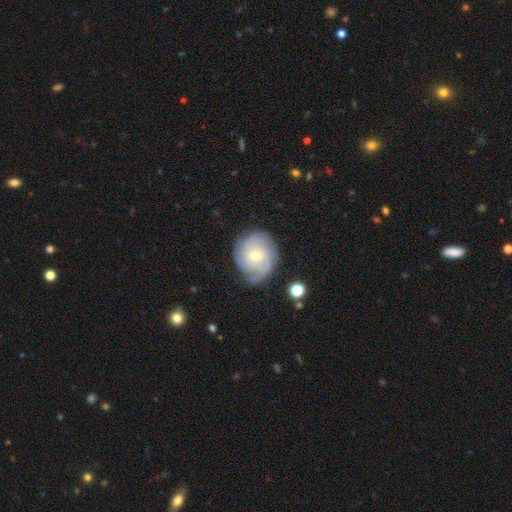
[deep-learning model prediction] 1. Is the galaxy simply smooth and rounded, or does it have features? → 69% featured or disk, 23% smooth, 7% star or artifact.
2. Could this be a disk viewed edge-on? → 97% no, 3% yes.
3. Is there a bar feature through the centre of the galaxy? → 52% no, 42% weak, 6% strong.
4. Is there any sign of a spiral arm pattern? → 90% yes, 10% no.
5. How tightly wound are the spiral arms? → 63% tight, 28% medium, 10% loose.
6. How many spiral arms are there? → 42% can't tell, 19% 3, 17% 2, 11% 4, 6% 1, 5% more than 4.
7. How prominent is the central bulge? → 51% moderate, 45% small, 2% large, 1% none, 1% dominant.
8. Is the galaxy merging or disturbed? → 67% none, 23% minor disturbance, 8% major disturbance, 2% merger.